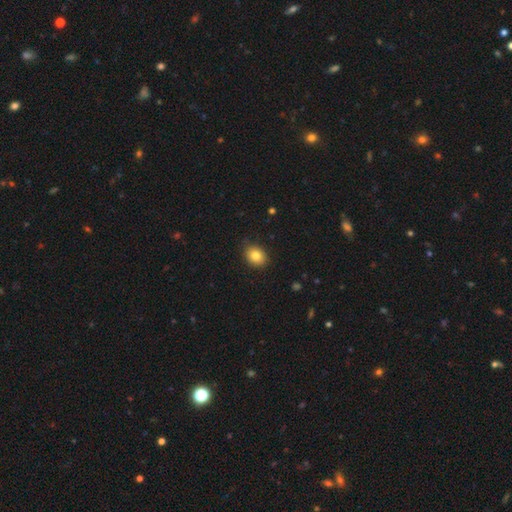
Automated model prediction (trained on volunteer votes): Morphology: type=smooth (83%); roundness=in between (54%); merging=none (85%).